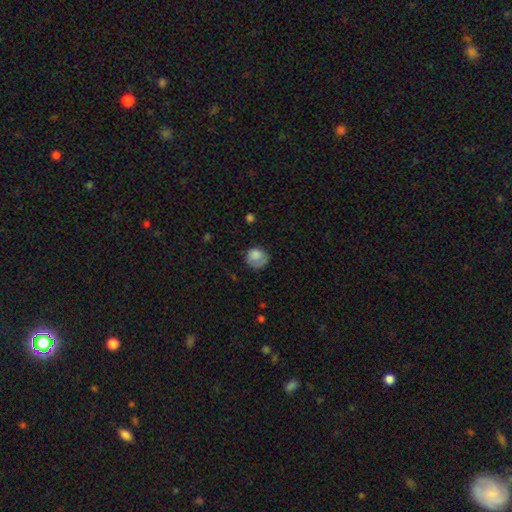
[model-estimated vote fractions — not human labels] This is likely a smooth galaxy (77%). How rounded: likely round (75%). Merging: possibly none (55%).